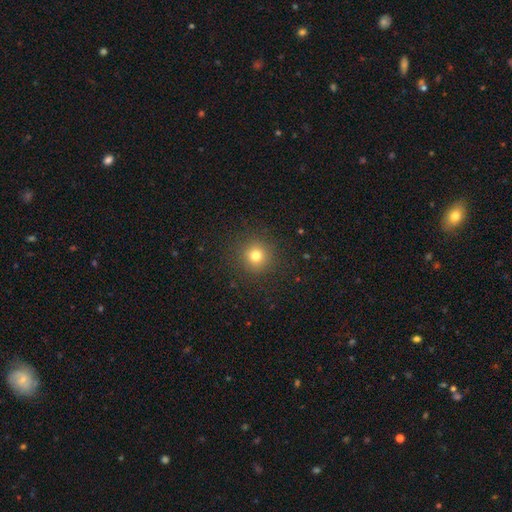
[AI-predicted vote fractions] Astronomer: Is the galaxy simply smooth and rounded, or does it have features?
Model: smooth — 77%.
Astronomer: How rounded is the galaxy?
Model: round — 94%.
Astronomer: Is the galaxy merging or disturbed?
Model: none — 90%.